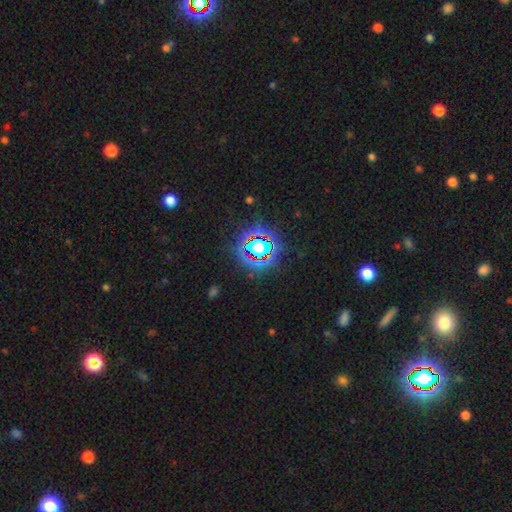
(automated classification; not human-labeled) The model was most divided on "smooth or featured": star or artifact: 81%, smooth: 12%, featured or disk: 7%.